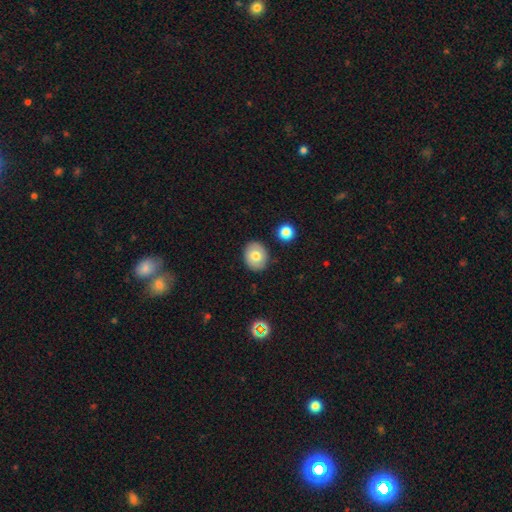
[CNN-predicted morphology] Smooth or featured? Predicted: smooth (p=0.72). How rounded? Predicted: round (p=0.62). Merging? Predicted: none (p=0.86).